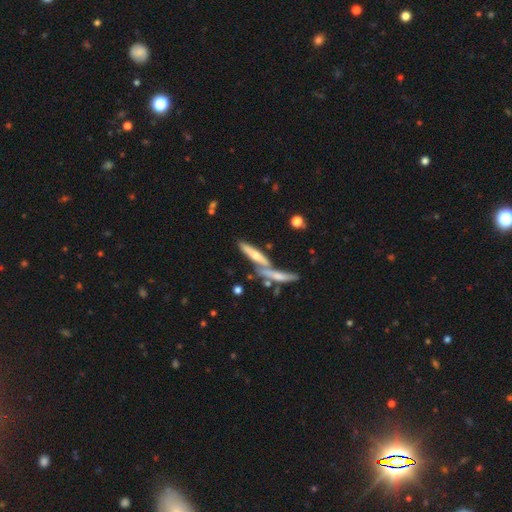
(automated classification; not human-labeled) Overall: smooth (49%; featured or disk 44%). Merging: none (45%; merger 38%).